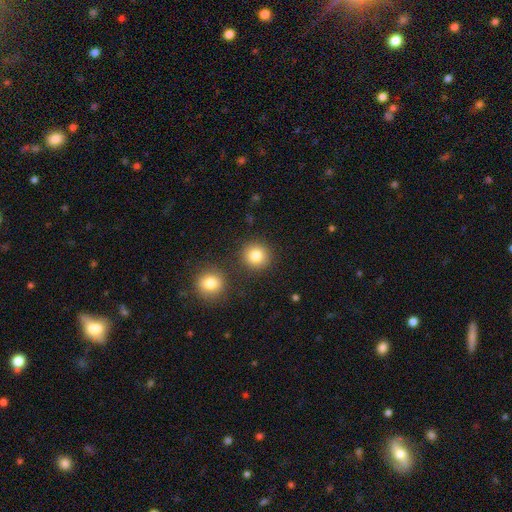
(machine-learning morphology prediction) Overall: smooth (83%). How rounded: round (92%). Merging: none (84%).